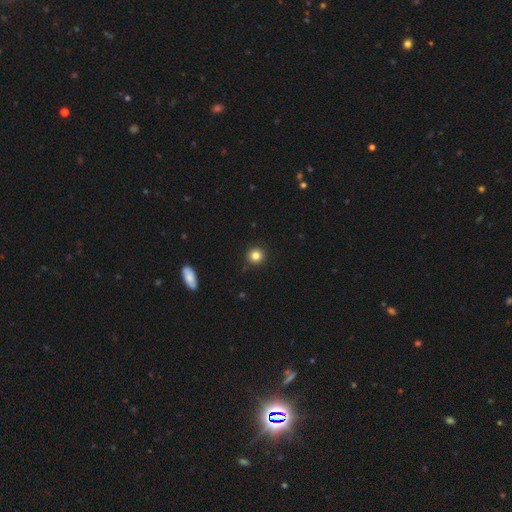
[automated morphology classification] smooth-or-featured: smooth: 84% | star or artifact: 11% | featured or disk: 5%
  how-rounded: round: 94% | in between: 5% | cigar-shaped: 1%
  merging: none: 92% | minor disturbance: 5% | major disturbance: 2% | merger: 1%